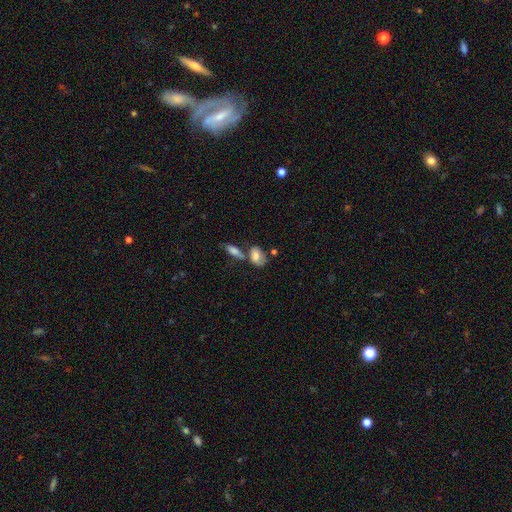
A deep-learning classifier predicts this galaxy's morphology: A smooth galaxy with no disk features (72%) that is in between round and cigar-shaped (83%).

Vote fractions:
- Smooth or featured? smooth: 72% / featured or disk: 20% / star or artifact: 8%
- How rounded? in between: 83% / round: 13% / cigar-shaped: 4%
- Merging? none: 37% (tied) / merger: 37% (tied) / minor disturbance: 17% / major disturbance: 9%